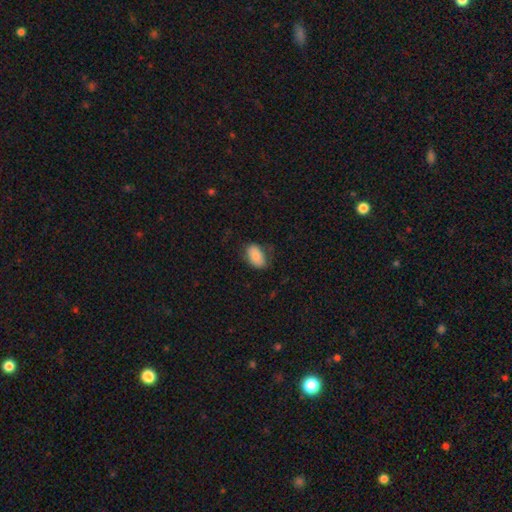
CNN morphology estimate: smooth-or-featured: smooth: 83% | featured or disk: 11% | star or artifact: 7%
  how-rounded: in between: 91% | round: 7% | cigar-shaped: 1%
  merging: none: 72% | minor disturbance: 21% | major disturbance: 6% | merger: 1%